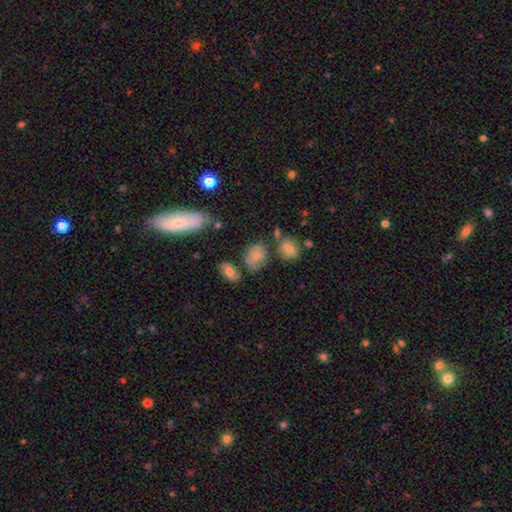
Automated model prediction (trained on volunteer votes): A smooth galaxy with no disk features (73%) that is in between round and cigar-shaped (58%).

Vote fractions:
- Smooth or featured? smooth: 73% / featured or disk: 14% / star or artifact: 12%
- How rounded? in between: 58% / round: 41% / cigar-shaped: 1%
- Merging? none: 59% / minor disturbance: 20% / merger: 14% / major disturbance: 7%